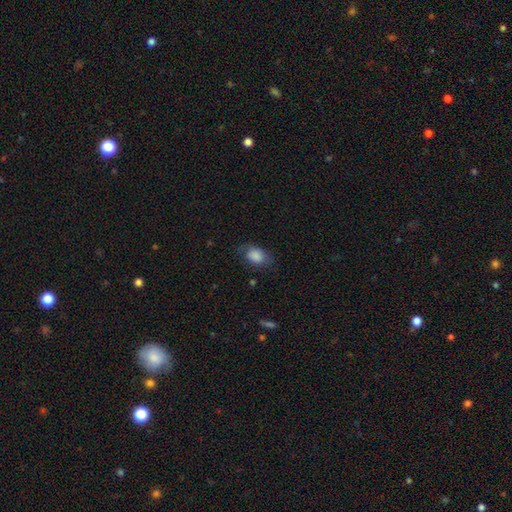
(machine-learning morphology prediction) Smooth or featured? Predicted: smooth (p=0.83). How rounded? Predicted: in between (p=0.79). Merging? Predicted: none (p=0.62).